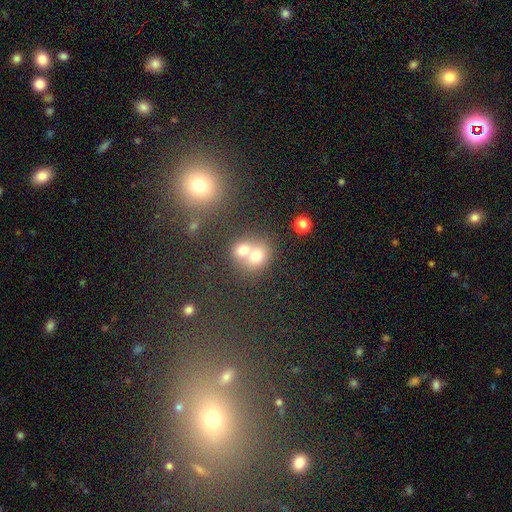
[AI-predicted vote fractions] Smooth or featured?
  - smooth: 68% *
  - featured or disk: 18%
  - star or artifact: 14%
How rounded?
  - round: 68% *
  - in between: 31%
  - cigar-shaped: 1%
Merging?
  - merger: 64% *
  - none: 27%
  - minor disturbance: 6%
  - major disturbance: 3%